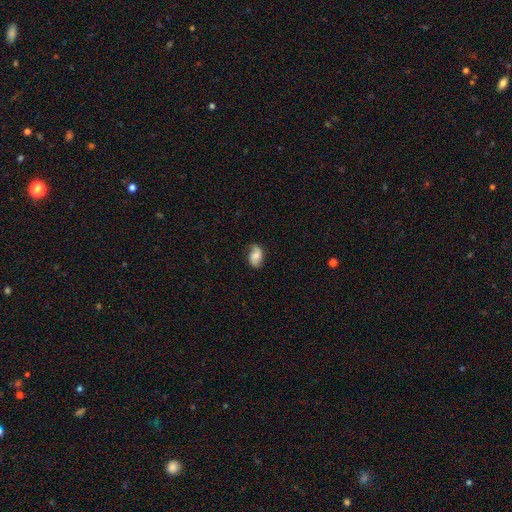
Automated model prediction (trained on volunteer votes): A smooth galaxy with no disk features (55%) that is in between round and cigar-shaped (86%). Merging: none (72%).